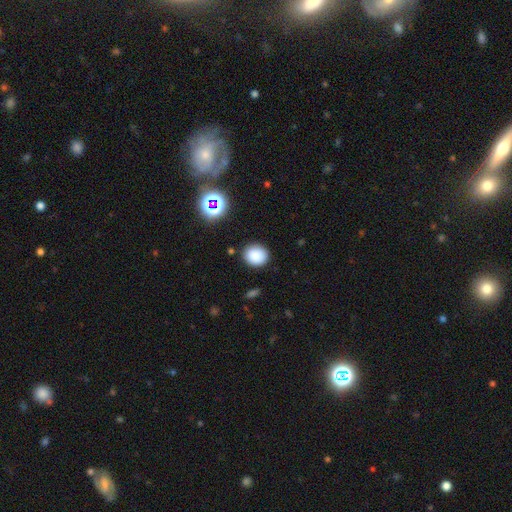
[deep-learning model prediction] smooth_or_featured: smooth (p=0.84) [alt: star or artifact p=0.11]
how_rounded: round (p=0.77) [alt: in between p=0.22]
merging: none (p=0.87) [alt: minor disturbance p=0.09]